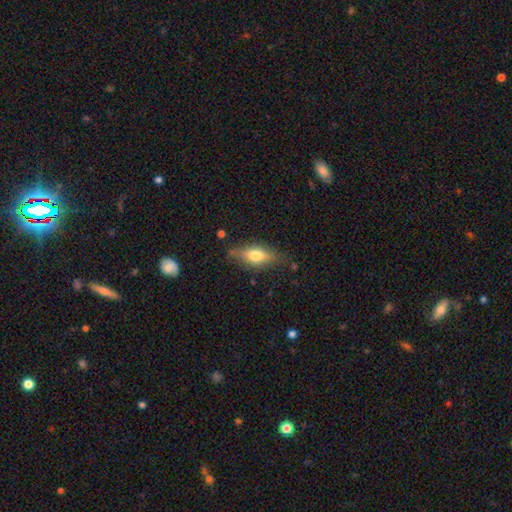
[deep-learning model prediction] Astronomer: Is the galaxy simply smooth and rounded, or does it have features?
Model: smooth — 57% (runner-up: featured or disk, 35%).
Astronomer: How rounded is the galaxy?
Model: in between — 68%.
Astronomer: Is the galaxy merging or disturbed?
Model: none — 77%.